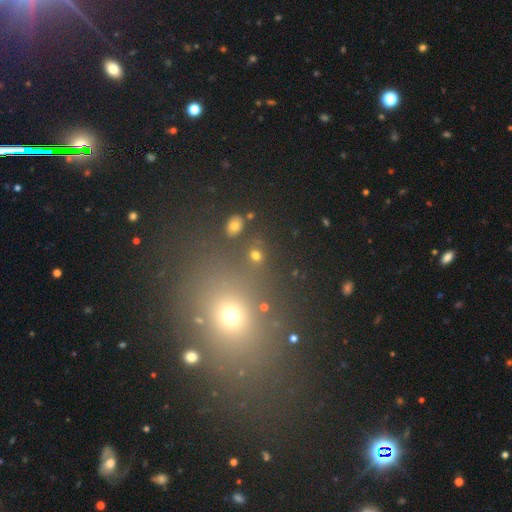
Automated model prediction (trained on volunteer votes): This is likely a smooth galaxy (65%). How rounded: likely round (62%). Merging: clearly none (80%).